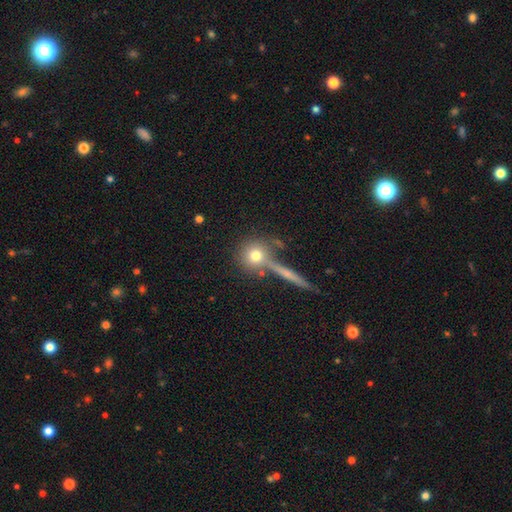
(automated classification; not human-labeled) A smooth galaxy with no disk features (72%) that is round (90%).

Vote fractions:
- Smooth or featured? smooth: 72% / featured or disk: 15% / star or artifact: 12%
- How rounded? round: 90% / in between: 7% / cigar-shaped: 3%
- Merging? none: 68% / merger: 17% / minor disturbance: 10% / major disturbance: 5%